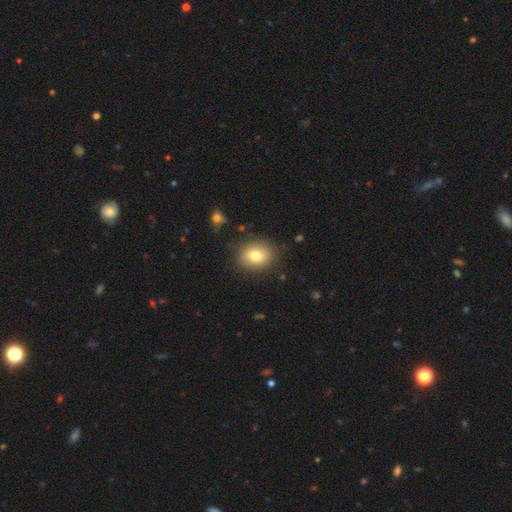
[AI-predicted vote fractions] Smooth or featured? Predicted: smooth (p=0.78). How rounded? Predicted: round (p=0.53). Merging? Predicted: none (p=0.84).